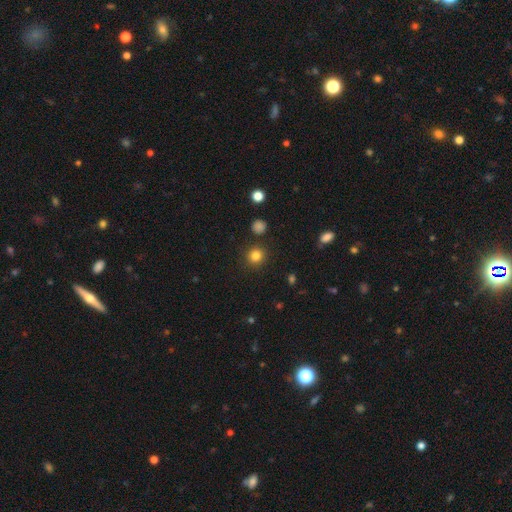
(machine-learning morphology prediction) Smooth or featured? Predicted: smooth (p=0.83). How rounded? Predicted: round (p=0.92). Merging? Predicted: none (p=0.89).